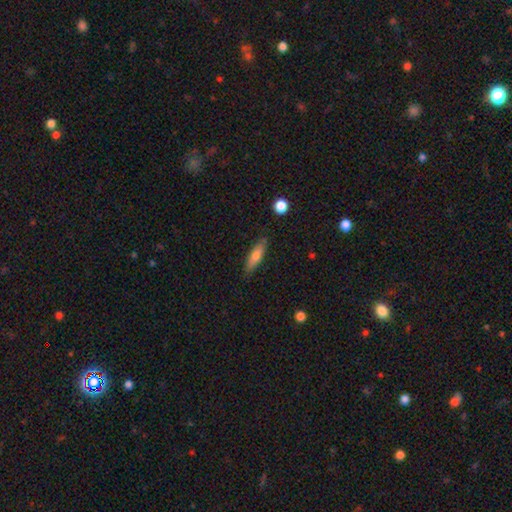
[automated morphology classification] A smooth galaxy with no disk features (72%) that is cigar-shaped (66%). Merging: none (84%).